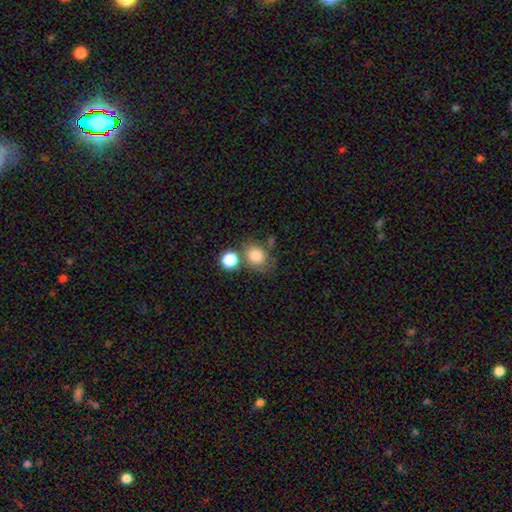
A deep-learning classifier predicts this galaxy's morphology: A smooth galaxy with no disk features (80%) that is round (67%).

Vote fractions:
- Smooth or featured? smooth: 80% / star or artifact: 10% / featured or disk: 10%
- How rounded? round: 67% / in between: 32% / cigar-shaped: 1%
- Merging? none: 54% / merger: 25% / minor disturbance: 15% / major disturbance: 7%